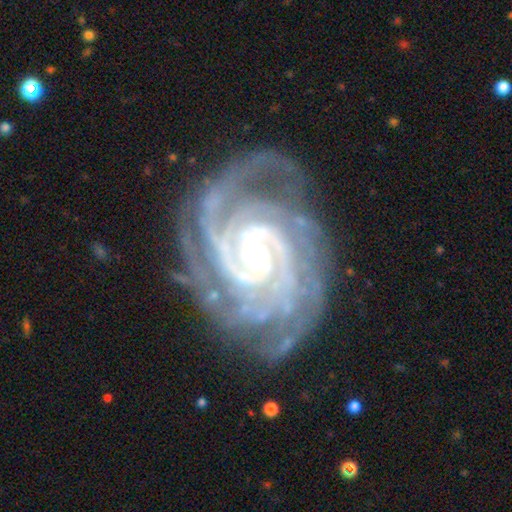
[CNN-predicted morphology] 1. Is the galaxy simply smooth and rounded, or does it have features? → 93% featured or disk, 4% star or artifact, 2% smooth.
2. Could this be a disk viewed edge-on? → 98% no, 2% yes.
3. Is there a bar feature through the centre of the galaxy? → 50% no, 32% weak, 18% strong.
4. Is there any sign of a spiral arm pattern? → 99% yes, 1% no.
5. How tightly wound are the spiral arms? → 78% tight, 20% medium, 2% loose.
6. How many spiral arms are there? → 24% 3, 21% 2, 20% 4, 14% can't tell, 13% more than 4, 8% 1.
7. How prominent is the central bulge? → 48% moderate, 47% small, 3% large, 1% none, 1% dominant.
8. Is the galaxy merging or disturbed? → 76% none, 16% minor disturbance, 6% major disturbance, 1% merger.